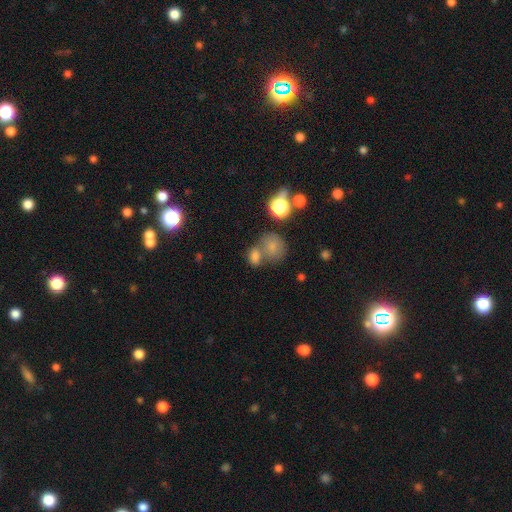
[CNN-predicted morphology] Smooth or featured? smooth (74%)
How rounded? round (50%)
Merging? merger (49%)